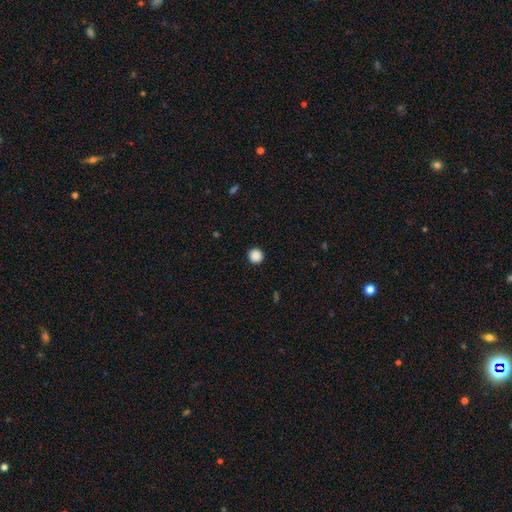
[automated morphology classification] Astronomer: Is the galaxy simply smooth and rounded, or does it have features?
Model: smooth — 88%.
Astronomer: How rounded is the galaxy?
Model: round — 95%.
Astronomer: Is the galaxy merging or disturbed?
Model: none — 93%.